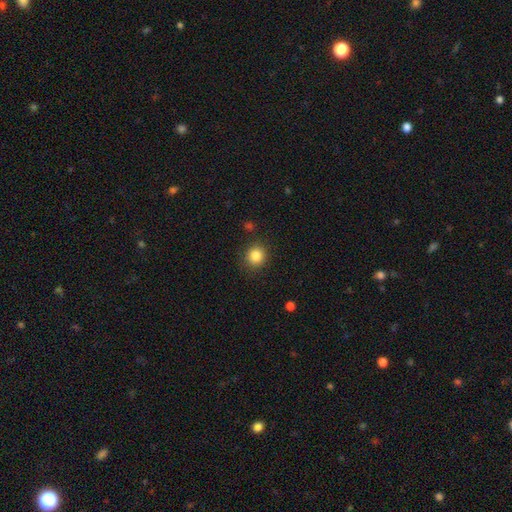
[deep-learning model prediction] Q: Smooth or featured?
A: smooth (84%); runner-up: star or artifact (11%)
Q: How rounded?
A: round (88%); runner-up: in between (12%)
Q: Merging?
A: none (88%); runner-up: minor disturbance (8%)